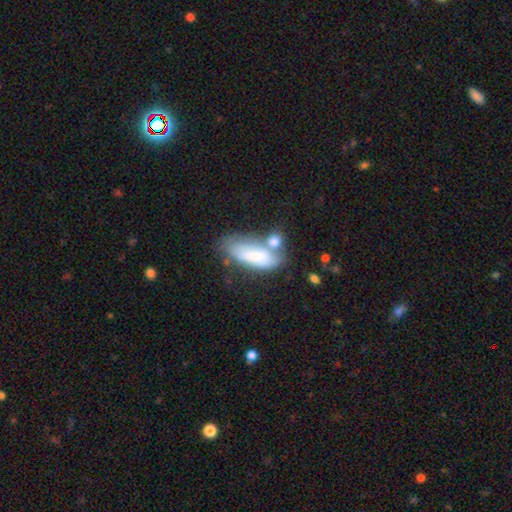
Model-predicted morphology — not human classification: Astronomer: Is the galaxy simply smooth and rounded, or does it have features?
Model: smooth — 64%.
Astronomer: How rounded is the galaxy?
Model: in between — 77%.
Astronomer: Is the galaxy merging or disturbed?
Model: merger — 36% (runner-up: none, 31%).